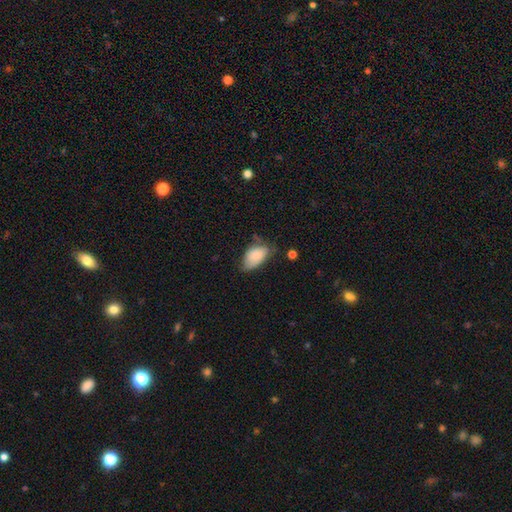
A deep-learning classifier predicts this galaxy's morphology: Smooth or featured?
  - smooth: 79% *
  - featured or disk: 14%
  - star or artifact: 7%
How rounded?
  - in between: 93% *
  - round: 5%
  - cigar-shaped: 2%
Merging?
  - none: 46% *
  - minor disturbance: 40%
  - major disturbance: 11%
  - merger: 3%